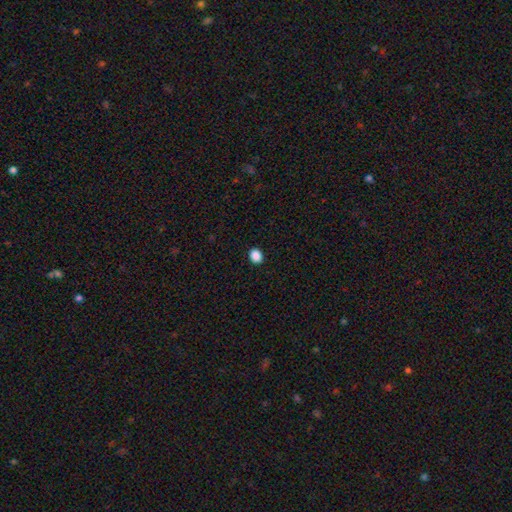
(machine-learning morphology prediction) Overall: smooth (88%). How rounded: round (57%; in between 42%). Merging: none (92%).